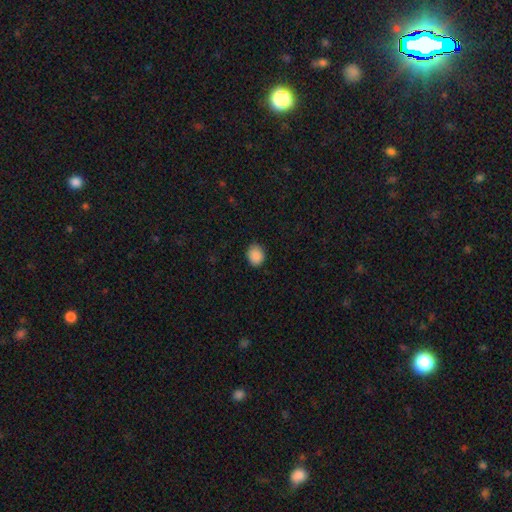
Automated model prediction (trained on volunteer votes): Smooth or featured?
  - smooth: 89% *
  - star or artifact: 9%
  - featured or disk: 2%
How rounded?
  - round: 61% *
  - in between: 39%
  - cigar-shaped: 1%
Merging?
  - none: 86% *
  - minor disturbance: 11%
  - major disturbance: 2%
  - merger: 1%